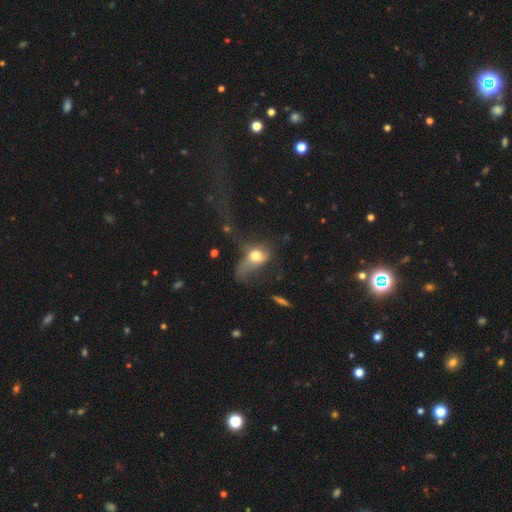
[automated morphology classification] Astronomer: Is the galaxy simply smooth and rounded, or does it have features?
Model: smooth — 63%.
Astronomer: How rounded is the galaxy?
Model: in between — 61%.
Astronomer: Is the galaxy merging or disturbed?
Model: major disturbance — 61%.